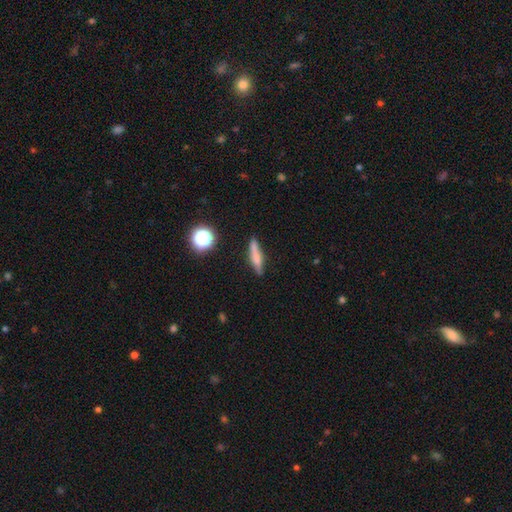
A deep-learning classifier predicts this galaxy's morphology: This appears to be a smooth galaxy with no disk features (62%) that is cigar-shaped (81%). Merging: none (79%).